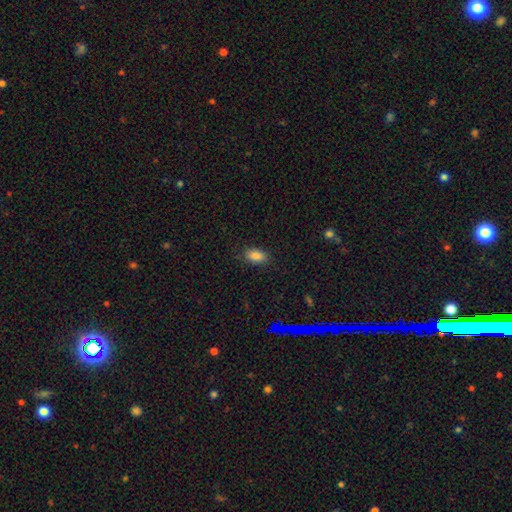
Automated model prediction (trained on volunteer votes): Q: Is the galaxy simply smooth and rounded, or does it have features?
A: smooth — 86%.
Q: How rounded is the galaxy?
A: in between — 90%.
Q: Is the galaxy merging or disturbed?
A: none — 83%.